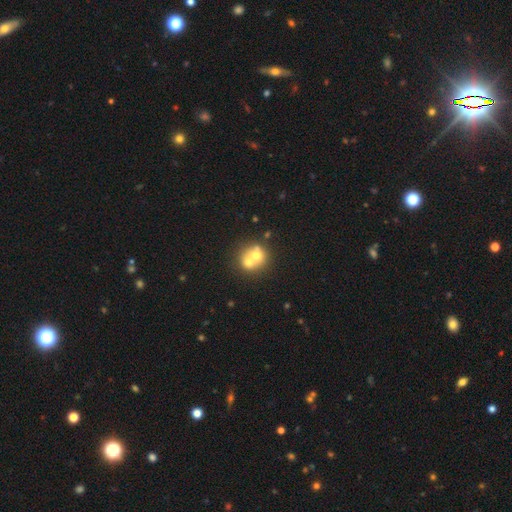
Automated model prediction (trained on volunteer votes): Smooth or featured? smooth (62%)
How rounded? round (79%)
Merging? merger (63%)